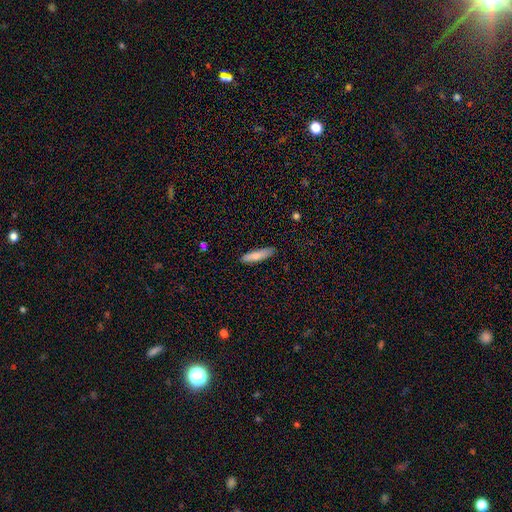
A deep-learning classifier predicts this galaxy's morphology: type=smooth (80%); roundness=cigar-shaped (74%); merging=none (86%).